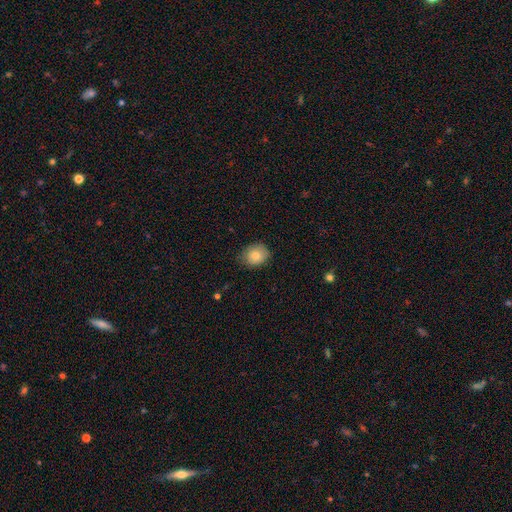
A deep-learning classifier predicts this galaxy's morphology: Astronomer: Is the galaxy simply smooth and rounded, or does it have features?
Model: smooth — 81%.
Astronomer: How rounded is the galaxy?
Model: round — 64%.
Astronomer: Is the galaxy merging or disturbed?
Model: none — 76%.